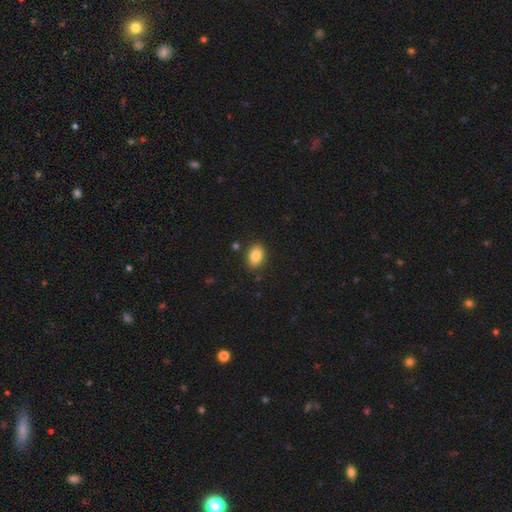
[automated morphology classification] Smooth or featured: smooth — 86% (star or artifact — 8%)
How rounded: in between — 82% (round — 17%)
Merging: none — 86% (minor disturbance — 9%)